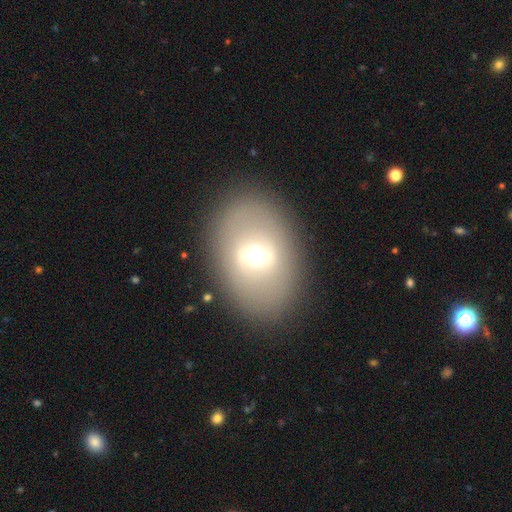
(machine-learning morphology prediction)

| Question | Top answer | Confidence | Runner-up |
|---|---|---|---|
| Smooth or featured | featured or disk | 50% | smooth (41%) |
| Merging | none | 86% | minor disturbance (9%) |